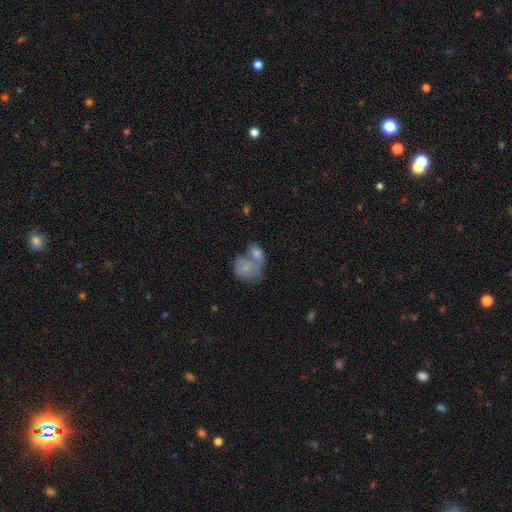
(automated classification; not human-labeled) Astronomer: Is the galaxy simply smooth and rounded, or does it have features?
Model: smooth — 71%.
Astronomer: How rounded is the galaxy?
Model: in between — 61% (runner-up: round, 37%).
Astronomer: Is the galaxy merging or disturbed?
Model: merger — 65%.